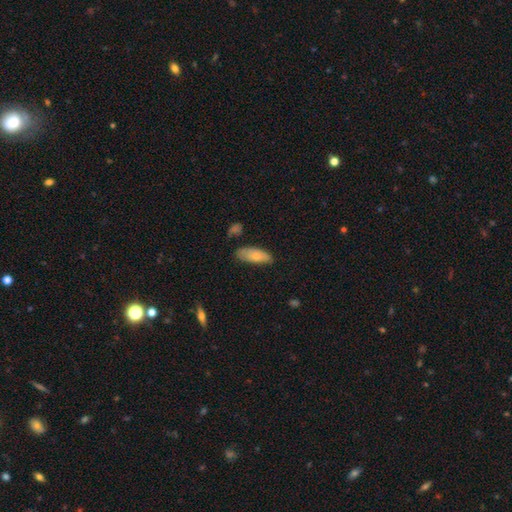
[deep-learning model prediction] The model was most divided on "merging": none: 64%, minor disturbance: 27%, major disturbance: 5%, merger: 4%. More confident: how rounded — in between (75%); smooth or featured — smooth (74%).